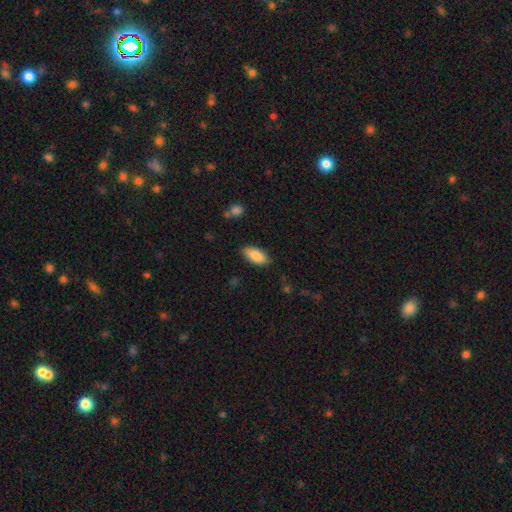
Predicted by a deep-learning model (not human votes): Q: Smooth or featured?
A: smooth (87%); runner-up: featured or disk (7%)
Q: How rounded?
A: in between (90%); runner-up: cigar-shaped (8%)
Q: Merging?
A: none (84%); runner-up: minor disturbance (12%)